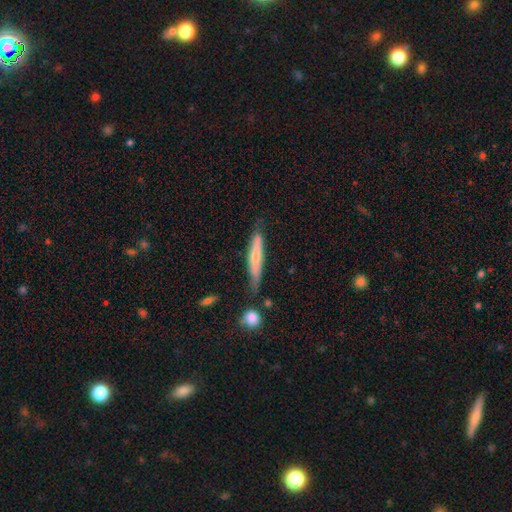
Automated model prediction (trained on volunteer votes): smooth 56%, featured or disk 38%, star or artifact 6%. Down the decision tree: how rounded — cigar-shaped (91%); merging — none (66%).